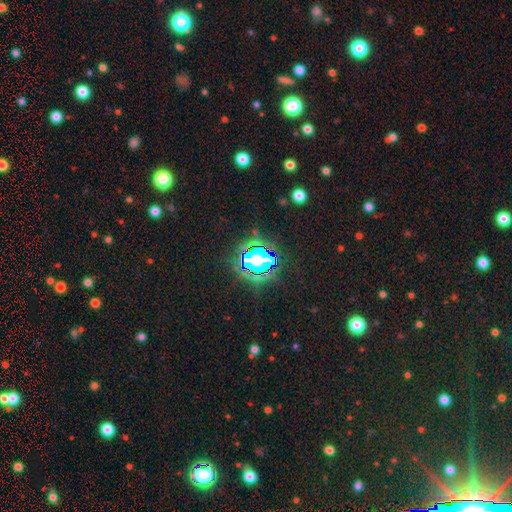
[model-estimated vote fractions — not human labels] Smooth or featured? Predicted: star or artifact (p=0.79).